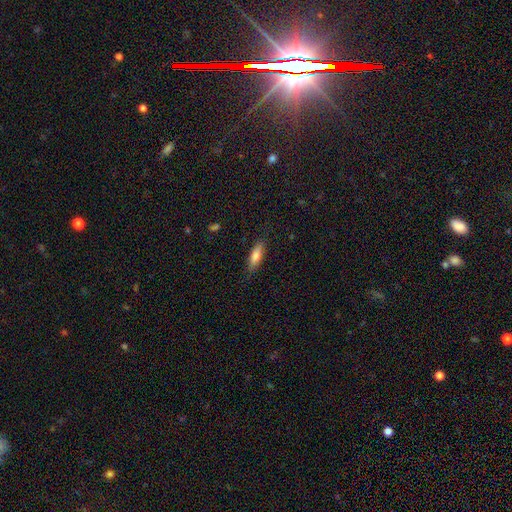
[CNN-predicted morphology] This is likely a smooth galaxy (76%). How rounded: possibly in between (51%). Merging: clearly none (83%).